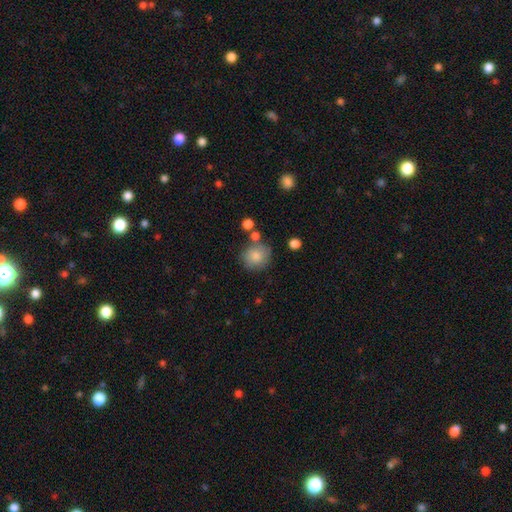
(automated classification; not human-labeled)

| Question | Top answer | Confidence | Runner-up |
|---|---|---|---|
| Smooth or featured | smooth | 82% | featured or disk (10%) |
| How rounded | round | 85% | in between (14%) |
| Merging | none | 71% | minor disturbance (16%) |